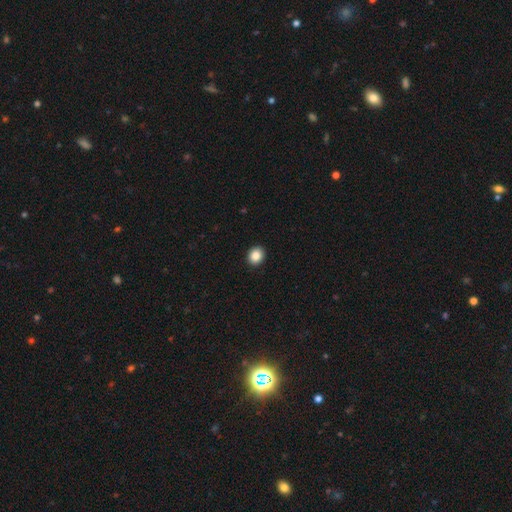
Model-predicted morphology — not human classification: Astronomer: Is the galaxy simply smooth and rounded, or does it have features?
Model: smooth — 87%.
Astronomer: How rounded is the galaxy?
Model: round — 68%.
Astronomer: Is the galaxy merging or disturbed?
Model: none — 93%.